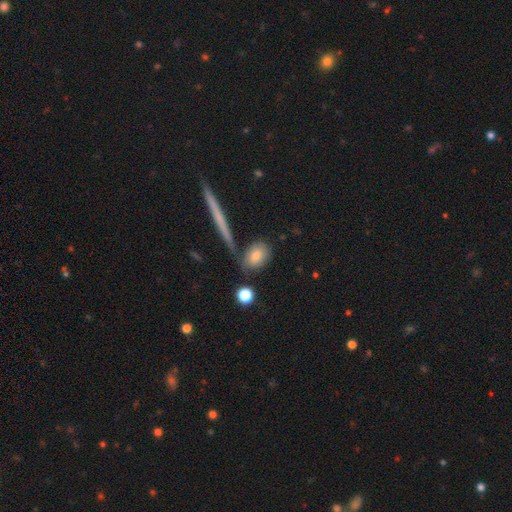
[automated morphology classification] Q: Smooth or featured?
A: smooth (75%); runner-up: featured or disk (16%)
Q: How rounded?
A: in between (55%); runner-up: round (35%)
Q: Merging?
A: none (71%); runner-up: minor disturbance (14%)